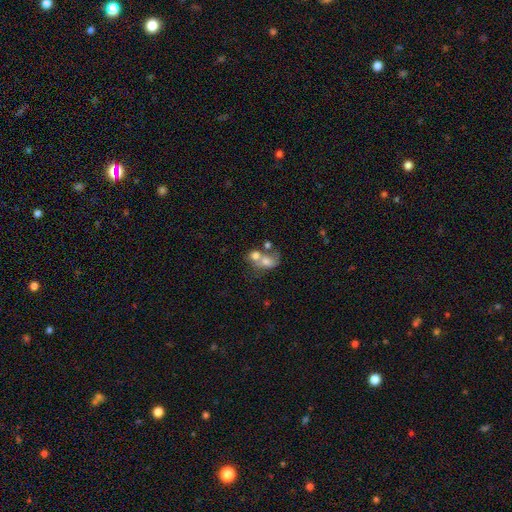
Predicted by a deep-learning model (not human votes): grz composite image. It shows a smooth galaxy with no disk features (62%) that is in between round and cigar-shaped (50%). Merging: merger (66%).